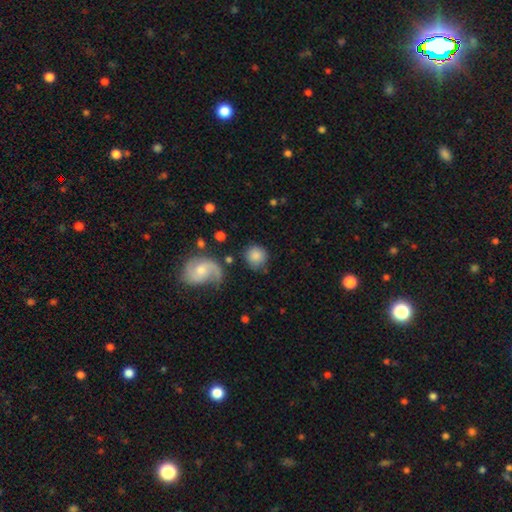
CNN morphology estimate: smooth 76%, featured or disk 16%, star or artifact 8%. Down the decision tree: how rounded — round (88%); merging — none (76%).